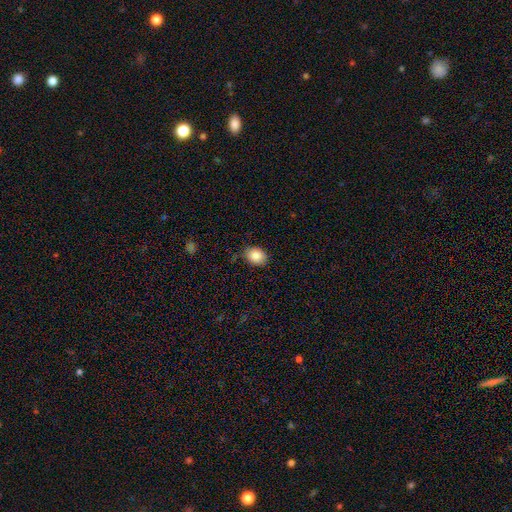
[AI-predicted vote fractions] smooth 87%, star or artifact 8%, featured or disk 5%. Down the decision tree: how rounded — in between (62%); merging — none (83%).